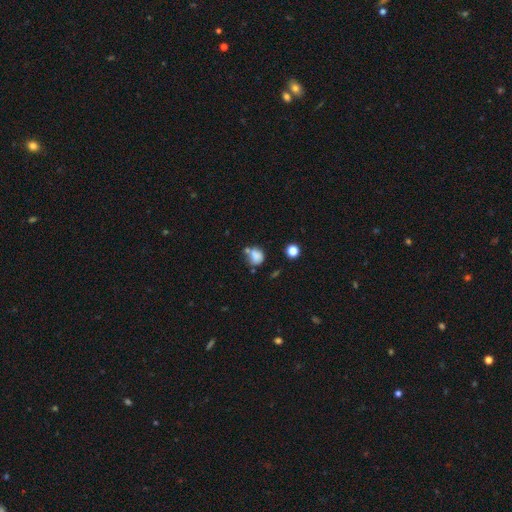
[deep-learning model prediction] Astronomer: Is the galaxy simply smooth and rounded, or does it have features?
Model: smooth — 77%.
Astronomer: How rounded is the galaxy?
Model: round — 66%.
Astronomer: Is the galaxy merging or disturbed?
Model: none — 44% (runner-up: merger, 27%).